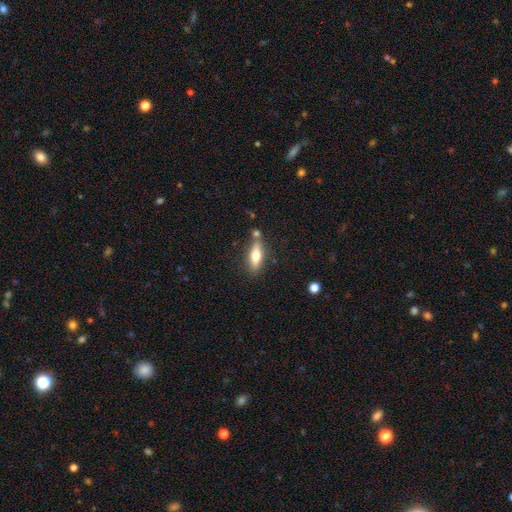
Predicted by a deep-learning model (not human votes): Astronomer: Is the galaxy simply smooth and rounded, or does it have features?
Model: smooth — 61%.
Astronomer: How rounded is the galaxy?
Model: in between — 50% (runner-up: cigar-shaped, 47%).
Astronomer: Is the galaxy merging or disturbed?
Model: none — 70%.